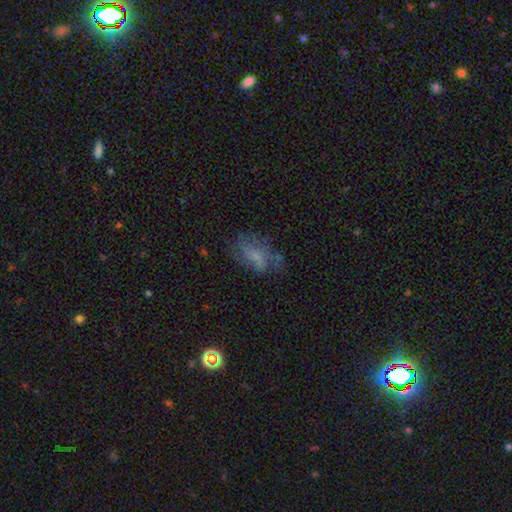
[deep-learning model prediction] smooth_or_featured: smooth (p=0.49) [alt: featured or disk p=0.37]
merging: none (p=0.48) [alt: minor disturbance p=0.25]